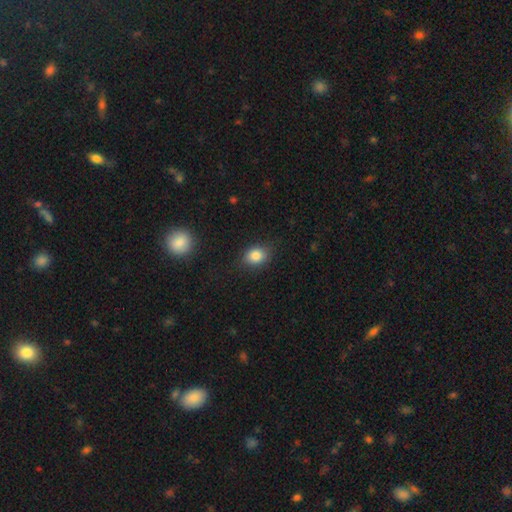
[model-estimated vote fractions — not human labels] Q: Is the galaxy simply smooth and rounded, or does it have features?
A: smooth — 83%.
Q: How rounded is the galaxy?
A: in between — 63%.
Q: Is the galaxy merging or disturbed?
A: none — 81%.